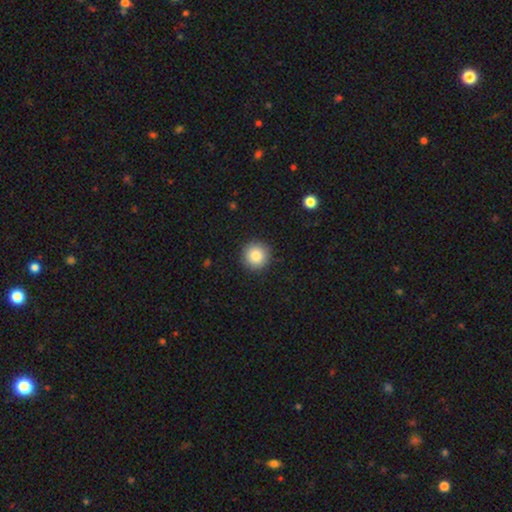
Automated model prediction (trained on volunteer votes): Morphology: type=smooth (86%); roundness=round (95%); merging=none (92%).